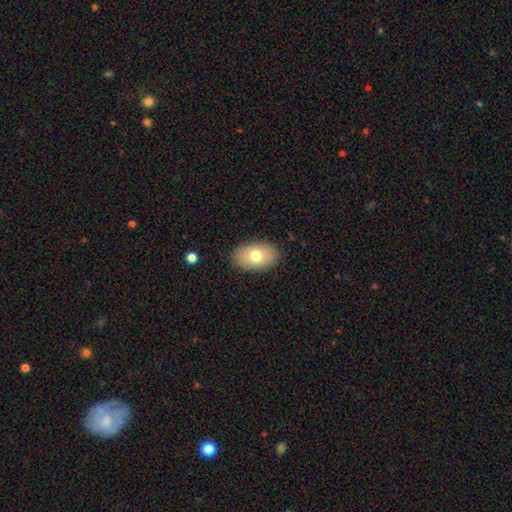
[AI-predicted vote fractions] Smooth or featured? smooth (76%)
How rounded? in between (89%)
Merging? none (87%)